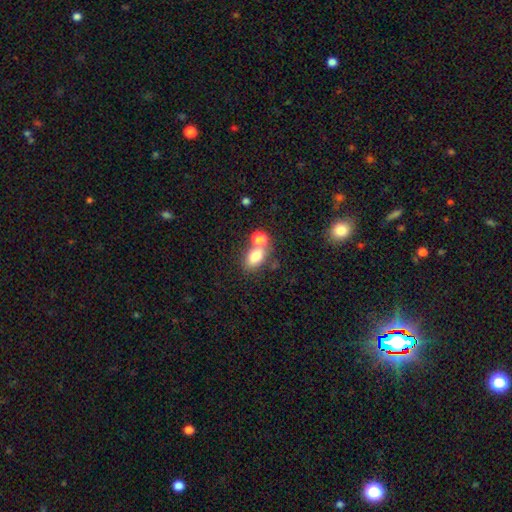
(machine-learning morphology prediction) A smooth galaxy with no disk features (78%) that is in between round and cigar-shaped (77%).

Vote fractions:
- Smooth or featured? smooth: 78% / star or artifact: 11% / featured or disk: 11%
- How rounded? in between: 77% / round: 21% / cigar-shaped: 2%
- Merging? none: 47% / merger: 38% / minor disturbance: 10% / major disturbance: 5%